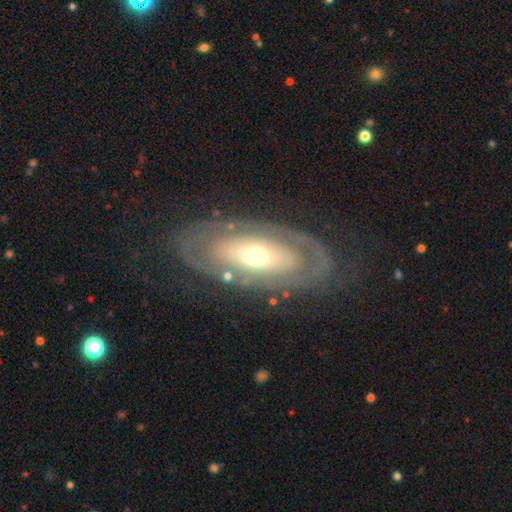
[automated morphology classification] smooth_or_featured: featured or disk (p=0.73) [alt: smooth p=0.21]
disk_edge_on: no (p=0.89) [alt: yes p=0.11]
bar: no (p=0.78) [alt: weak p=0.14]
has_spiral_arms: no (p=0.50) [tied with: yes p=0.50]
bulge_size: moderate (p=0.58) [alt: small p=0.30]
merging: none (p=0.75) [alt: minor disturbance p=0.14]